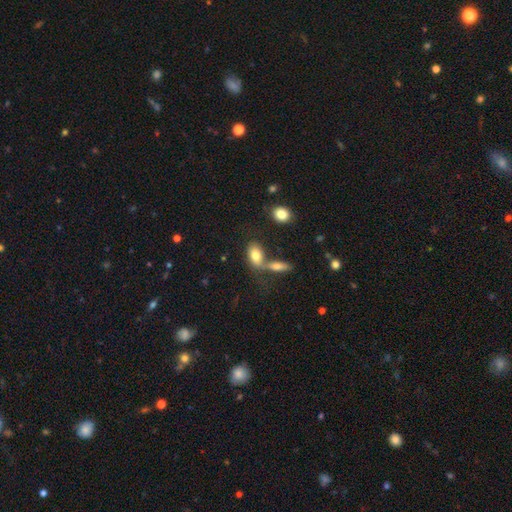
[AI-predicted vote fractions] smooth_or_featured: smooth (p=0.77) [alt: featured or disk p=0.15]
how_rounded: in between (p=0.85) [alt: round p=0.10]
merging: merger (p=0.47) [alt: none p=0.36]